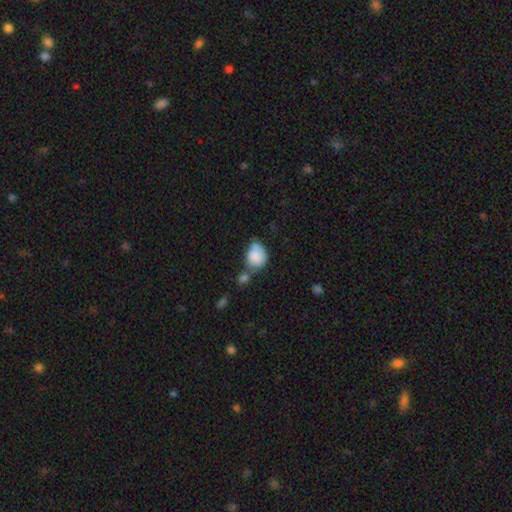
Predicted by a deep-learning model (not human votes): Smooth or featured? smooth (83%)
How rounded? in between (60%)
Merging? none (32%)